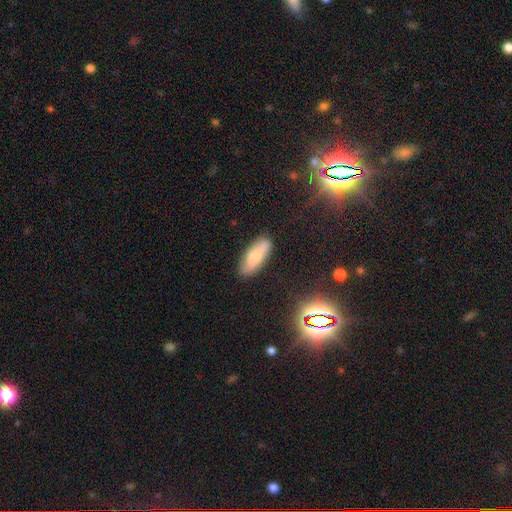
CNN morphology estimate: Smooth or featured: smooth — 66% (featured or disk — 26%)
How rounded: in between — 73% (cigar-shaped — 25%)
Merging: none — 80% (minor disturbance — 15%)